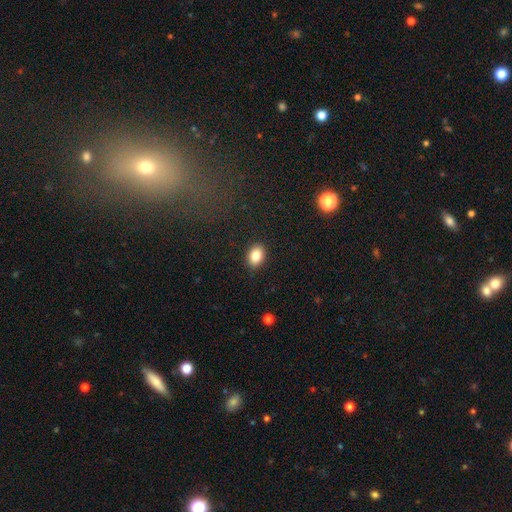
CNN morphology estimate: Smooth or featured?
  - smooth: 86% *
  - star or artifact: 8%
  - featured or disk: 6%
How rounded?
  - in between: 76% *
  - round: 23%
  - cigar-shaped: 1%
Merging?
  - none: 89% *
  - minor disturbance: 8%
  - major disturbance: 2%
  - merger: 1%